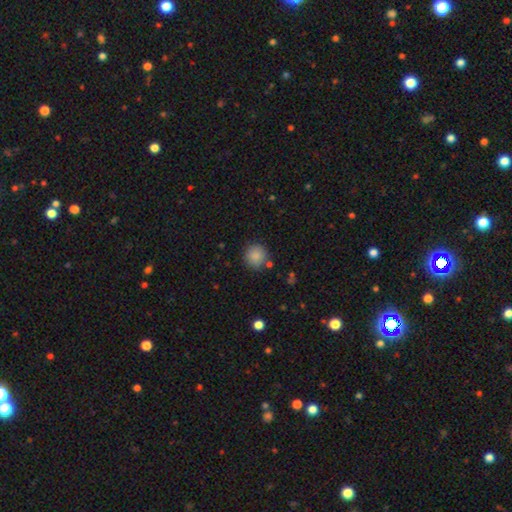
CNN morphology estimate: A smooth galaxy with no disk features (87%) that is round (92%). Merging: none (82%).